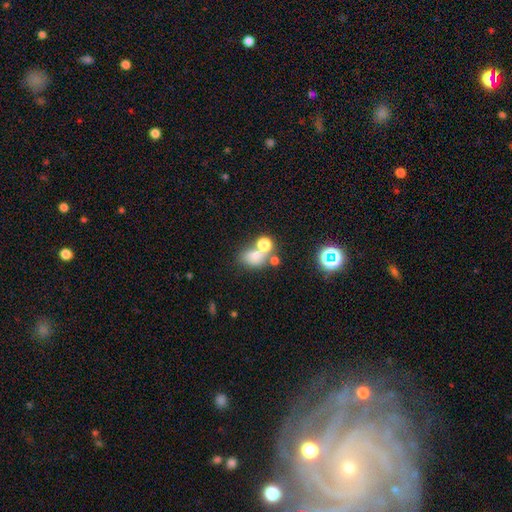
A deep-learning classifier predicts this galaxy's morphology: A smooth galaxy with no disk features (69%) that is in between round and cigar-shaped (61%).

Vote fractions:
- Smooth or featured? smooth: 69% / star or artifact: 19% / featured or disk: 12%
- How rounded? in between: 61% / round: 38% / cigar-shaped: 2%
- Merging? none: 39% (tied) / merger: 39% (tied) / minor disturbance: 12% / major disturbance: 9%